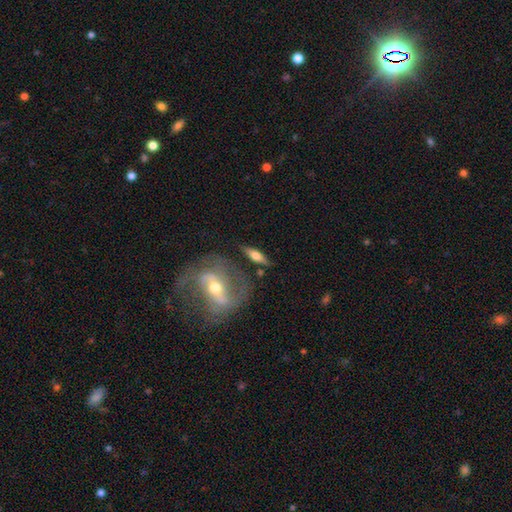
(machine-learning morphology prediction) Smooth or featured: featured or disk — 51% (smooth — 43%)
Edge-on disk: yes — 76% (no — 24%)
Merging: none — 74% (minor disturbance — 14%)